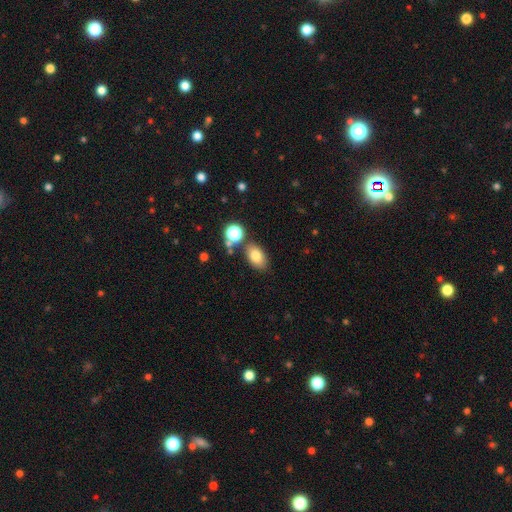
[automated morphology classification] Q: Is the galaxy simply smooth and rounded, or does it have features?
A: smooth — 79%.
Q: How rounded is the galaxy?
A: in between — 85%.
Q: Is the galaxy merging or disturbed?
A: none — 75%.